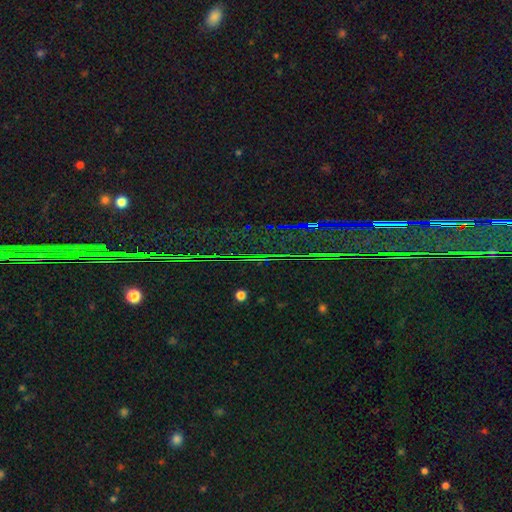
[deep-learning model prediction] This appears to be a star or artifact, not a galaxy (87%).